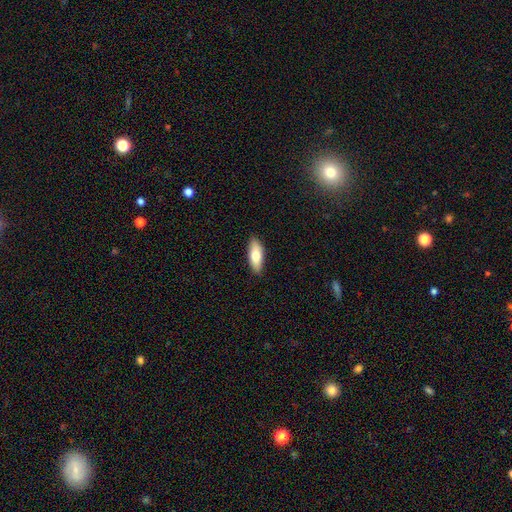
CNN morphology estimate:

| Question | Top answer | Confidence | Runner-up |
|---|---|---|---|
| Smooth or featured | smooth | 74% | featured or disk (20%) |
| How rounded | in between | 71% | cigar-shaped (26%) |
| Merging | none | 88% | minor disturbance (9%) |